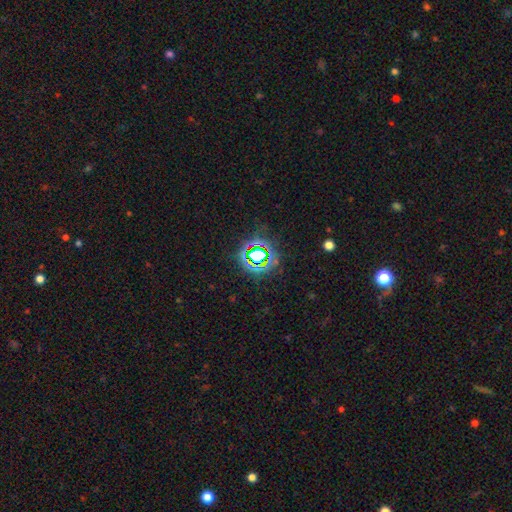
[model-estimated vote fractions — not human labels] The model was most divided on "smooth or featured": star or artifact: 70%, smooth: 19%, featured or disk: 11%.